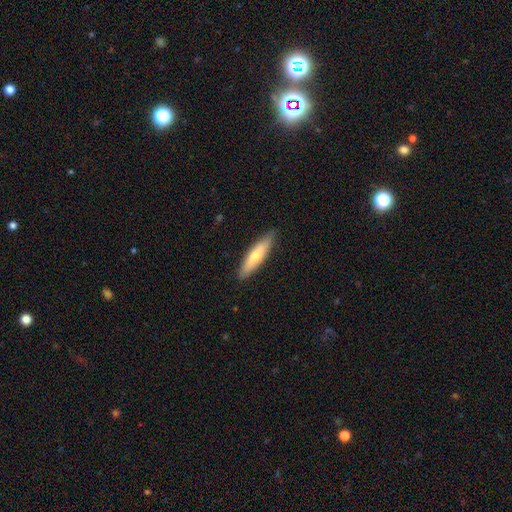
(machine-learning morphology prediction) A smooth galaxy with no disk features (62%) that is cigar-shaped (76%). Merging: none (88%).